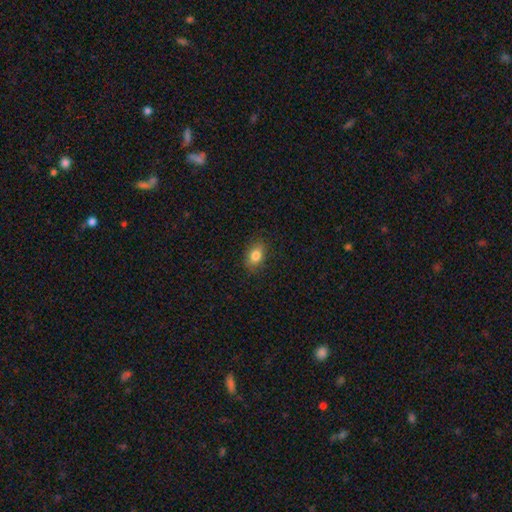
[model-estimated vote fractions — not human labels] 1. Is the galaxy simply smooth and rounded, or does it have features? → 82% smooth, 9% star or artifact, 9% featured or disk.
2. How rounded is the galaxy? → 79% in between, 18% round, 2% cigar-shaped.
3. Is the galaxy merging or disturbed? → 84% none, 12% minor disturbance, 3% major disturbance, 1% merger.